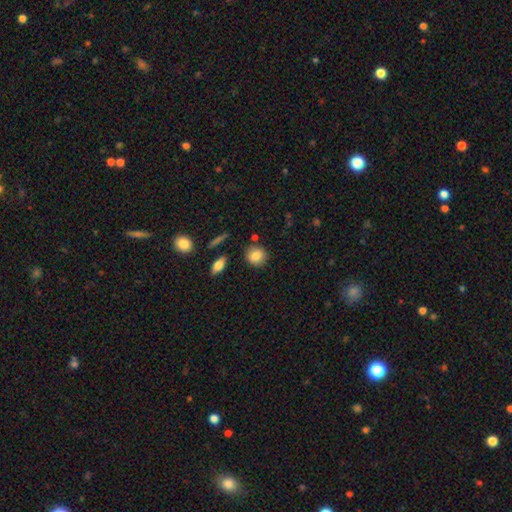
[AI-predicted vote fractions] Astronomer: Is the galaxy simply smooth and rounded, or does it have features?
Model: smooth — 83%.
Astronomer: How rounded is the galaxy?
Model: round — 82%.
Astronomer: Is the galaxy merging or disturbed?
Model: none — 84%.